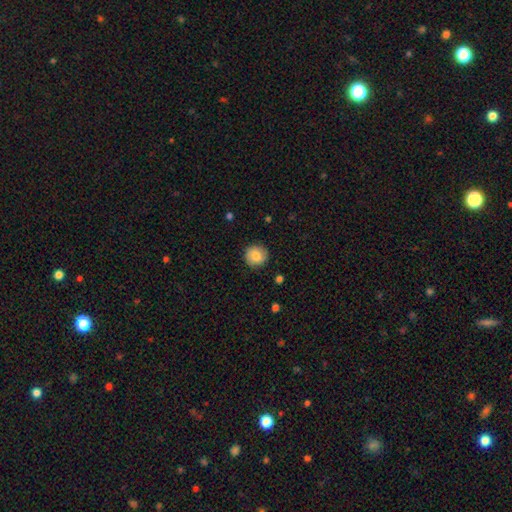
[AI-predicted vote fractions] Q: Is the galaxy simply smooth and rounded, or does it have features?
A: smooth — 82%.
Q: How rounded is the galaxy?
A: round — 92%.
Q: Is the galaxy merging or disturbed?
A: none — 89%.